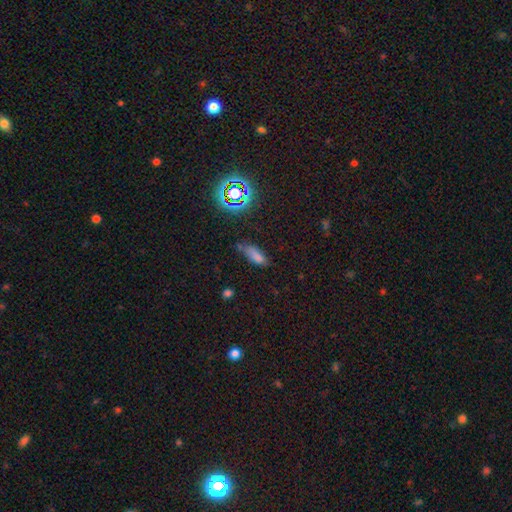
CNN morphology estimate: A smooth galaxy with no disk features (70%) that is in between round and cigar-shaped (68%). Merging: none (50%).